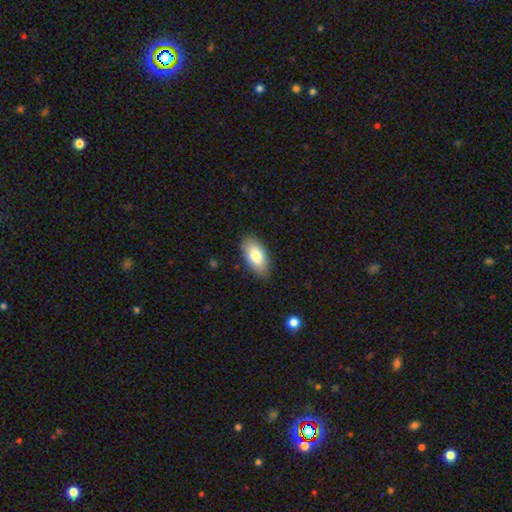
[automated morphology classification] Smooth or featured? smooth (80%)
How rounded? in between (93%)
Merging? none (86%)